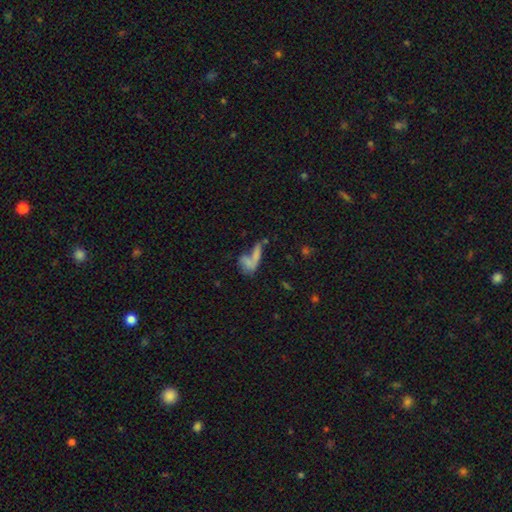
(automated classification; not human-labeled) Smooth or featured?
  - smooth: 52% *
  - featured or disk: 28%
  - star or artifact: 20%
How rounded?
  - in between: 57% *
  - cigar-shaped: 31%
  - round: 12%
Merging?
  - merger: 45% *
  - none: 26%
  - major disturbance: 18%
  - minor disturbance: 11%